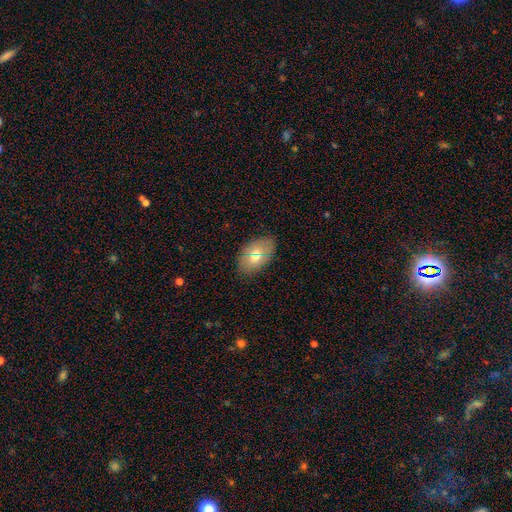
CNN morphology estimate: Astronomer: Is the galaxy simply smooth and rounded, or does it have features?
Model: smooth — 70%.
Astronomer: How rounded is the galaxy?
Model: in between — 90%.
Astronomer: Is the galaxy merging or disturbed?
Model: none — 84%.